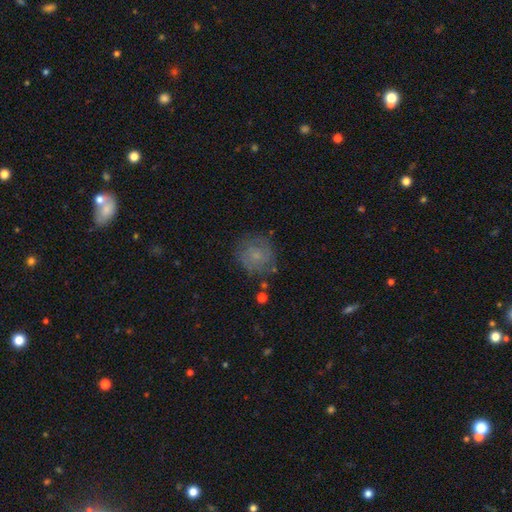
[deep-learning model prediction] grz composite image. It shows a smooth galaxy with no disk features (55%) that is round (85%). Merging: none (70%).